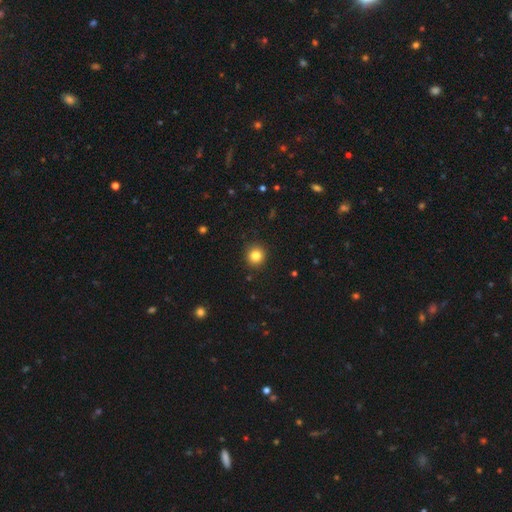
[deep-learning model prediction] Morphology: type=smooth (83%); roundness=round (93%); merging=none (92%).